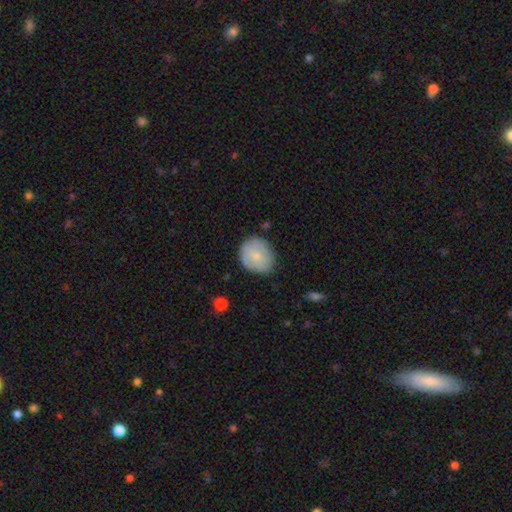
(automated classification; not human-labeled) A smooth galaxy with no disk features (71%) that is round (62%).

Vote fractions:
- Smooth or featured? smooth: 71% / featured or disk: 23% / star or artifact: 6%
- How rounded? round: 62% / in between: 37% / cigar-shaped: 1%
- Merging? none: 77% / minor disturbance: 18% / major disturbance: 4% / merger: 1%